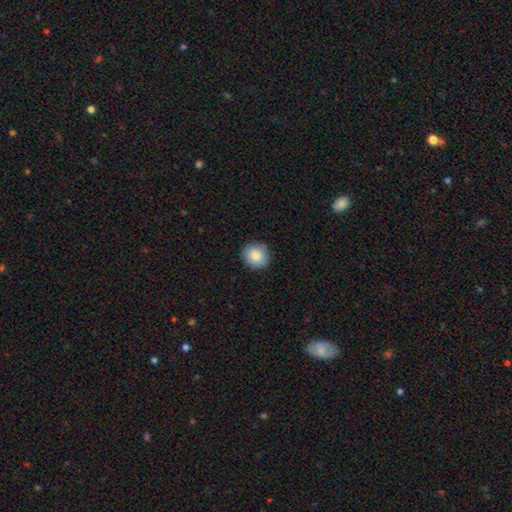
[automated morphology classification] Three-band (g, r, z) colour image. It shows a smooth galaxy with no disk features (85%) that is round (88%). Merging: none (89%).